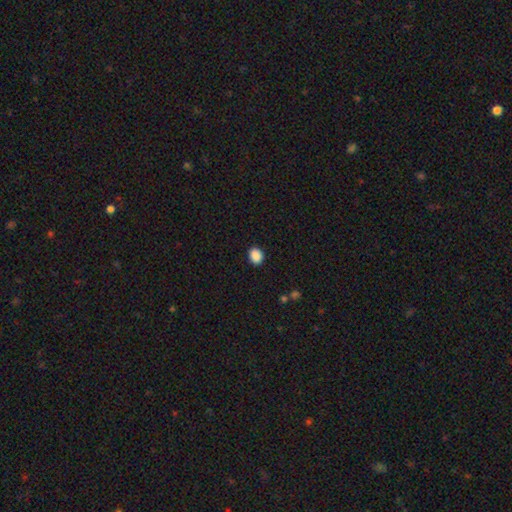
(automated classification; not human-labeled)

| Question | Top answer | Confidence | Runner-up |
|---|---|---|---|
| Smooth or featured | smooth | 89% | star or artifact (8%) |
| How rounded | round | 50% | in between (49%) |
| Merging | none | 90% | minor disturbance (7%) |